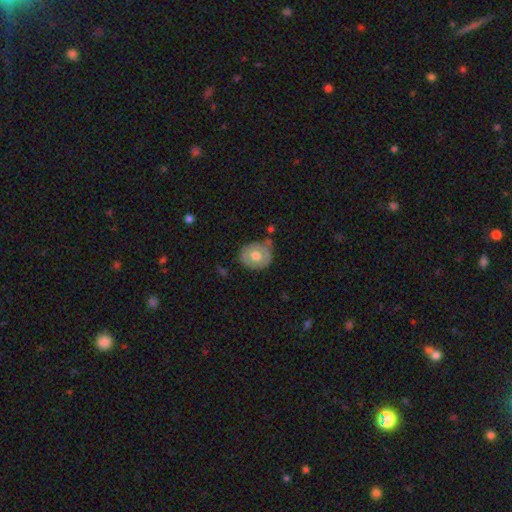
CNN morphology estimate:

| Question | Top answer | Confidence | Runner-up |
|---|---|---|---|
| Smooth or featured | smooth | 57% | featured or disk (36%) |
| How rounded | round | 68% | in between (31%) |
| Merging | none | 71% | minor disturbance (18%) |